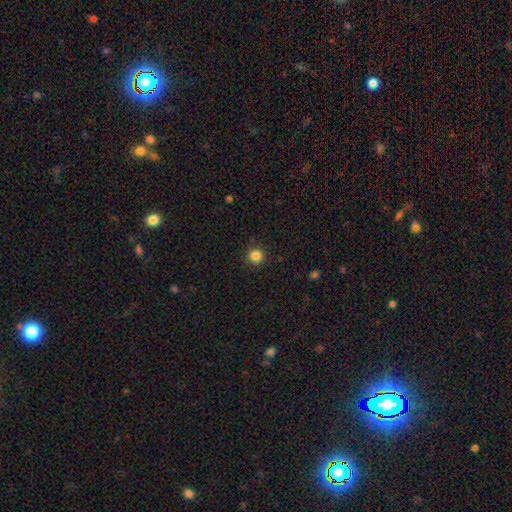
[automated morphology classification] Smooth or featured? smooth (84%)
How rounded? round (95%)
Merging? none (90%)